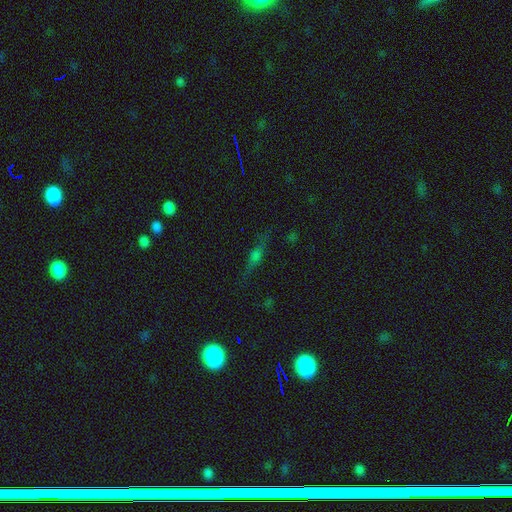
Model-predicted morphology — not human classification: Smooth or featured?
  - featured or disk: 49% *
  - smooth: 28%
  - star or artifact: 23%
Merging?
  - none: 81% *
  - minor disturbance: 13%
  - major disturbance: 4%
  - merger: 2%